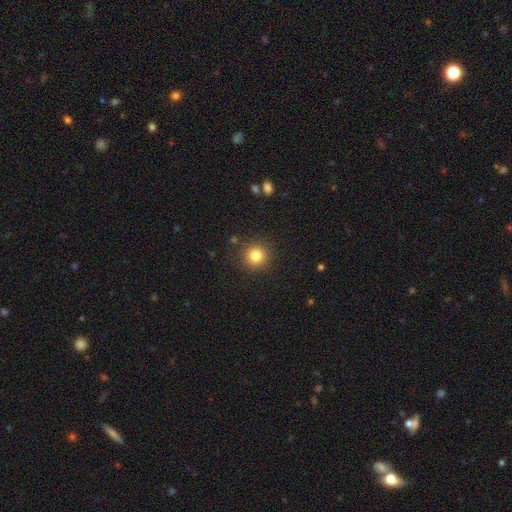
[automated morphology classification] Smooth or featured? smooth (82%)
How rounded? round (93%)
Merging? none (88%)